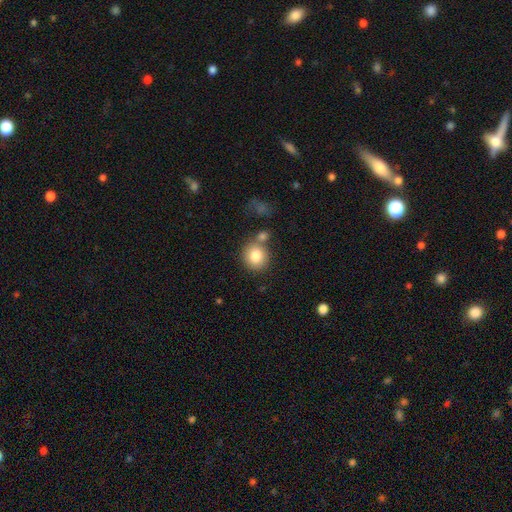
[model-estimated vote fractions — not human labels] Smooth or featured: smooth — 82% (featured or disk — 9%)
How rounded: round — 83% (in between — 16%)
Merging: none — 65% (merger — 19%)